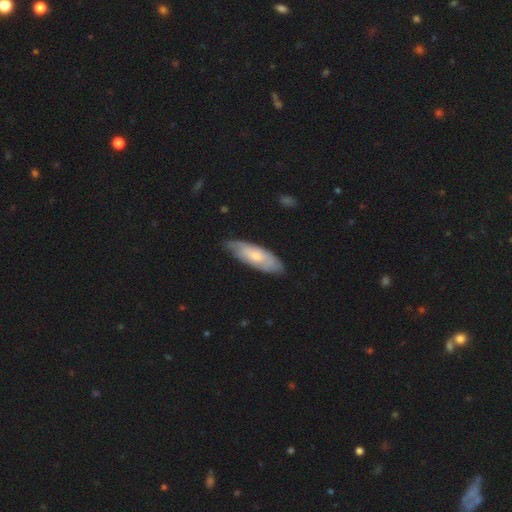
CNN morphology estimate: This is possibly a smooth galaxy (55%). How rounded: possibly in between (60%). Merging: likely none (73%).